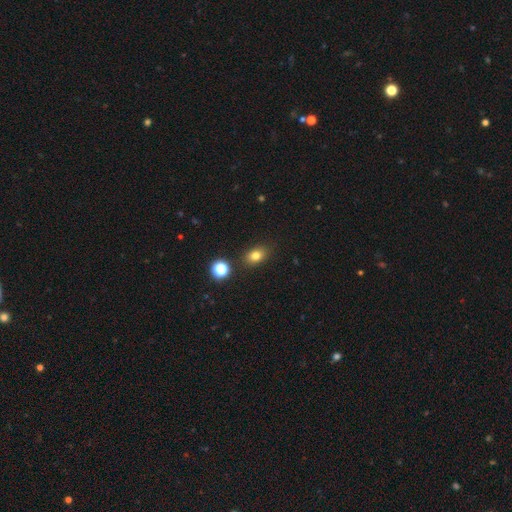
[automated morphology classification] Smooth or featured? smooth (78%)
How rounded? in between (72%)
Merging? none (84%)